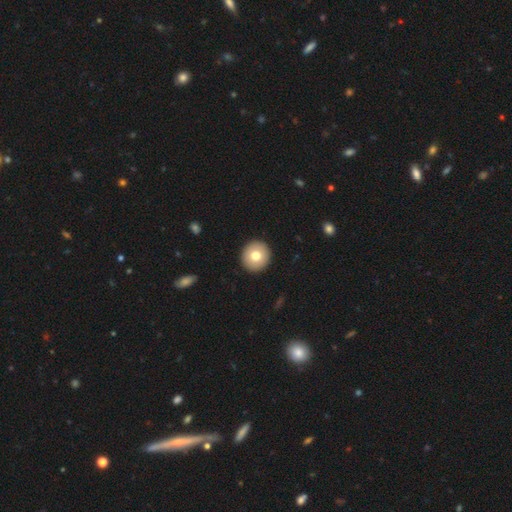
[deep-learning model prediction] The model was most divided on "smooth or featured": smooth: 74%, featured or disk: 18%, star or artifact: 8%. More confident: merging — none (93%); how rounded — round (93%).